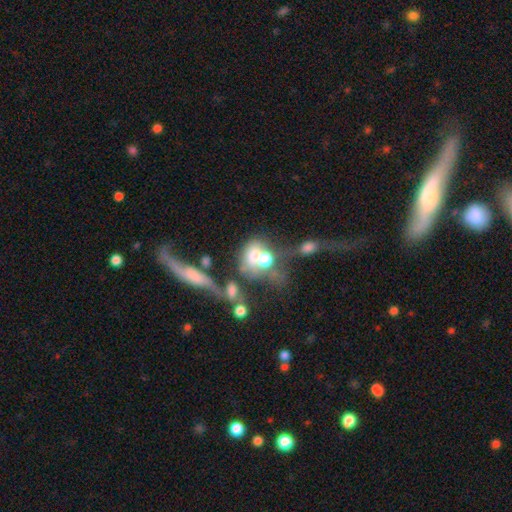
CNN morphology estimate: A smooth galaxy with no disk features (56%) that is in between round and cigar-shaped (51%).

Vote fractions:
- Smooth or featured? smooth: 56% / featured or disk: 30% / star or artifact: 14%
- How rounded? in between: 51% / round: 46% / cigar-shaped: 3%
- Merging? merger: 58% / none: 18% / major disturbance: 16% / minor disturbance: 8%